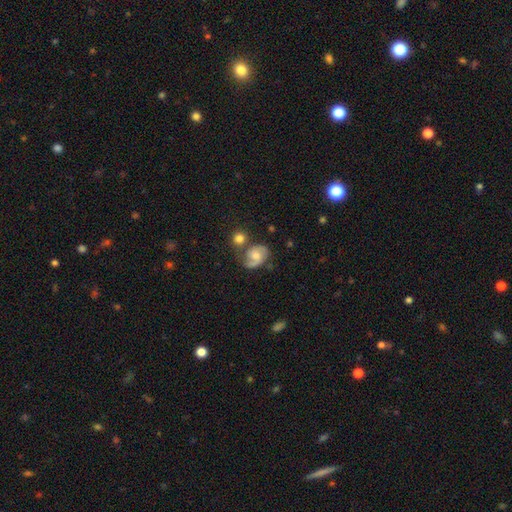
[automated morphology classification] smooth_or_featured: featured or disk (p=0.71) [alt: smooth p=0.22]
disk_edge_on: no (p=0.97) [alt: yes p=0.03]
bar: no (p=0.56) [alt: weak p=0.37]
has_spiral_arms: yes (p=0.93) [alt: no p=0.07]
spiral_winding: medium (p=0.53) [alt: loose p=0.25]
spiral_arm_count: 2 (p=0.85) [alt: 1 p=0.06]
bulge_size: moderate (p=0.52) [alt: small p=0.26]
merging: none (p=0.55) [alt: minor disturbance p=0.19]